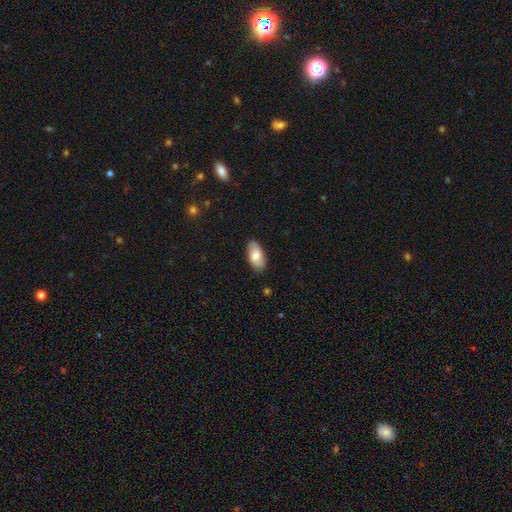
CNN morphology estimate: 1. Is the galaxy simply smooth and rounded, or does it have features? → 75% smooth, 19% featured or disk, 6% star or artifact.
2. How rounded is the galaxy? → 94% in between, 3% cigar-shaped, 3% round.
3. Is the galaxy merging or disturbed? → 84% none, 12% minor disturbance, 2% major disturbance, 1% merger.